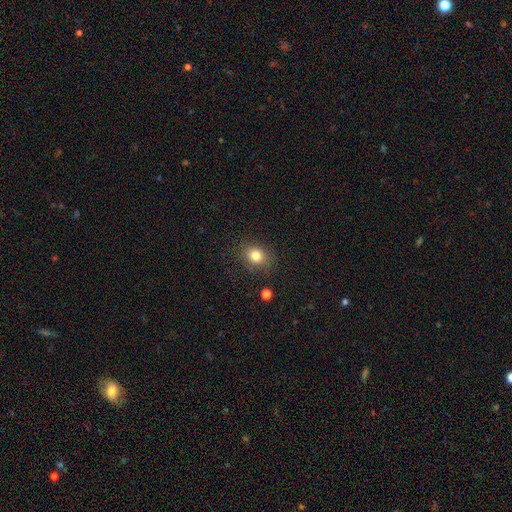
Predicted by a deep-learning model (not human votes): A smooth galaxy with no disk features (82%) that is round (61%). Merging: none (82%).